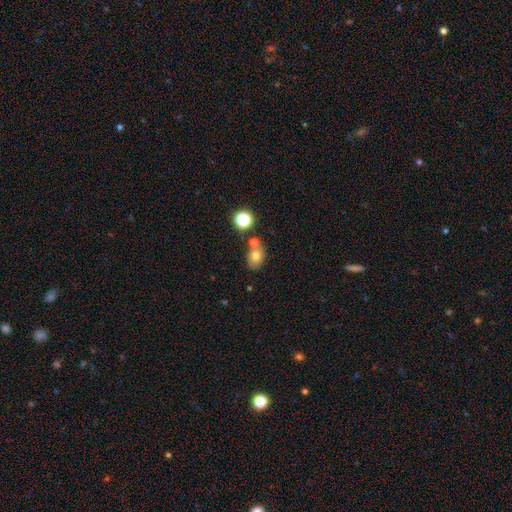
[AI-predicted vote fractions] Smooth or featured? smooth (73%)
How rounded? in between (70%)
Merging? none (62%)